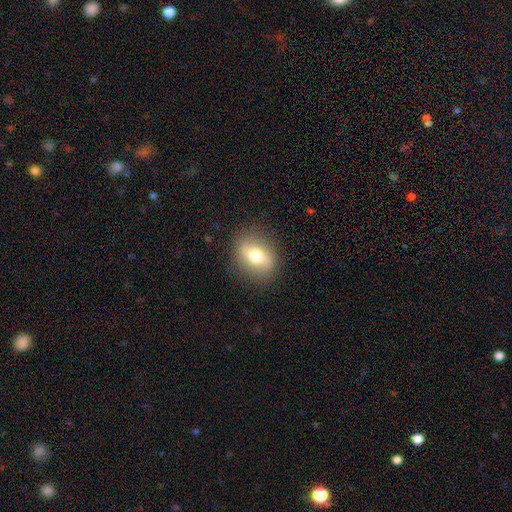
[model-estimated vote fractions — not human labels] Smooth or featured?
  - smooth: 58% *
  - featured or disk: 34%
  - star or artifact: 8%
How rounded?
  - in between: 64% *
  - round: 33%
  - cigar-shaped: 3%
Merging?
  - none: 84% *
  - minor disturbance: 12%
  - major disturbance: 4%
  - merger: 1%